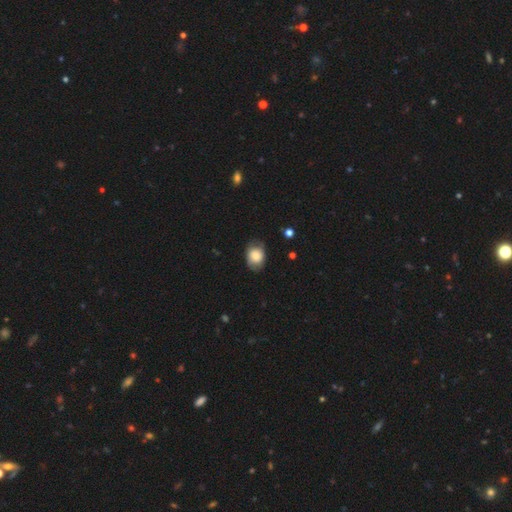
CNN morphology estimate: Q: Smooth or featured?
A: smooth (72%); runner-up: featured or disk (20%)
Q: How rounded?
A: in between (65%); runner-up: round (34%)
Q: Merging?
A: none (67%); runner-up: minor disturbance (25%)